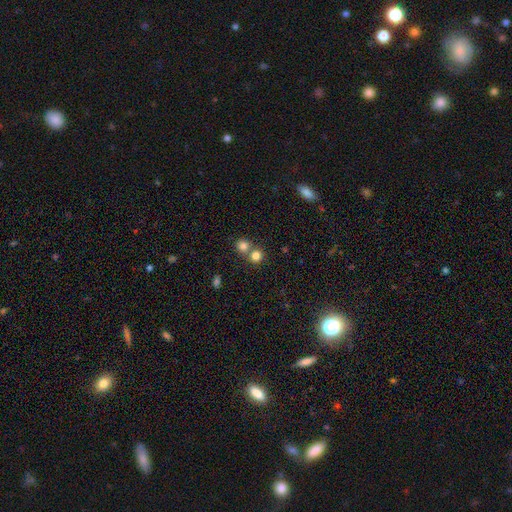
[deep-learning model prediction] Smooth or featured? smooth (80%)
How rounded? round (89%)
Merging? none (53%)